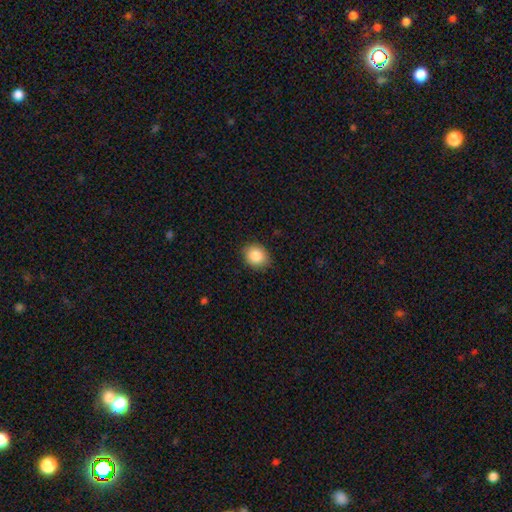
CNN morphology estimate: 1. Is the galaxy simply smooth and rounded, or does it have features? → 86% smooth, 9% star or artifact, 5% featured or disk.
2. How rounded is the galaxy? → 66% round, 33% in between, 1% cigar-shaped.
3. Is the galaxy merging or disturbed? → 87% none, 9% minor disturbance, 2% major disturbance, 1% merger.